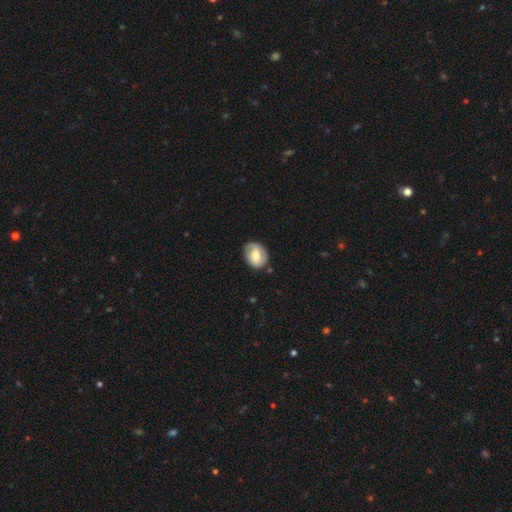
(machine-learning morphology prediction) Smooth or featured? smooth (57%)
How rounded? in between (50%)
Merging? none (72%)